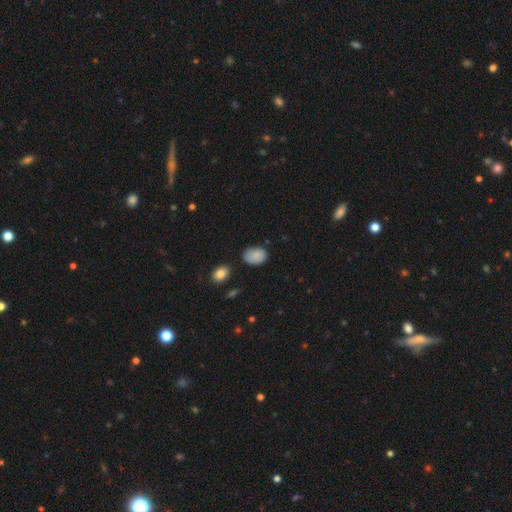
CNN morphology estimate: This appears to be a smooth galaxy with no disk features (87%) that is in between round and cigar-shaped (80%). Merging: none (69%).